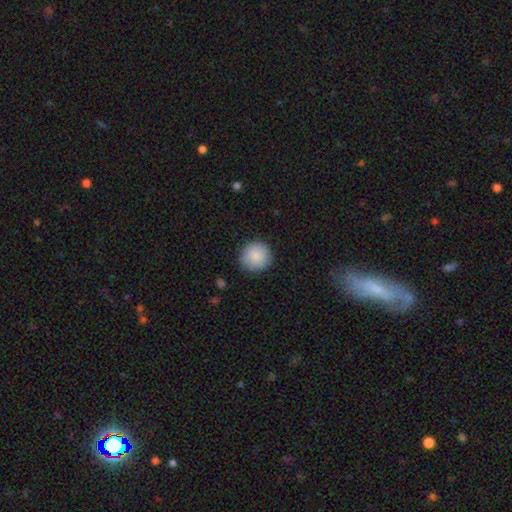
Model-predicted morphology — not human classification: Smooth or featured? Predicted: smooth (p=0.88). How rounded? Predicted: round (p=0.94). Merging? Predicted: none (p=0.88).